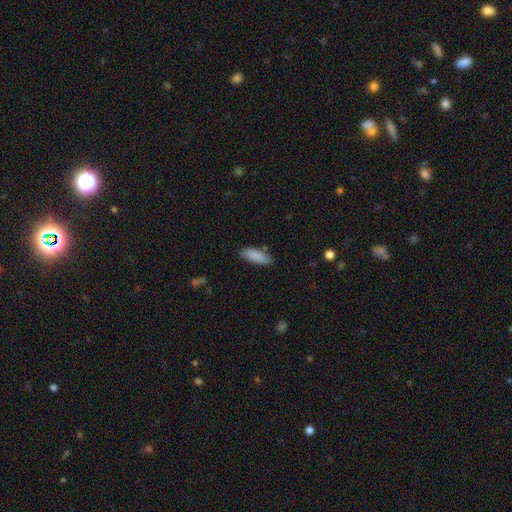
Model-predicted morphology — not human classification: Q: Smooth or featured?
A: smooth (88%); runner-up: star or artifact (6%)
Q: How rounded?
A: in between (70%); runner-up: cigar-shaped (29%)
Q: Merging?
A: none (80%); runner-up: minor disturbance (15%)